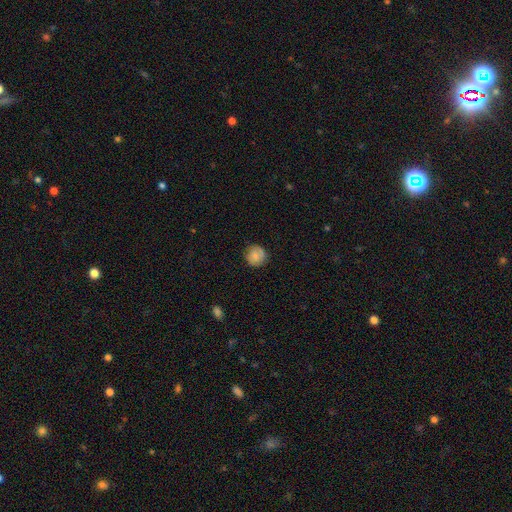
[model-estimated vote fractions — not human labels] Smooth or featured: smooth — 79% (featured or disk — 14%)
How rounded: round — 90% (in between — 9%)
Merging: none — 80% (minor disturbance — 15%)